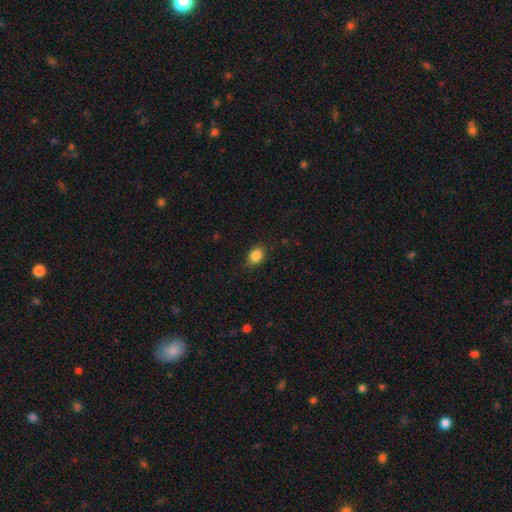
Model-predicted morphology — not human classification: This is clearly a smooth galaxy (86%). How rounded: possibly in between (54%). Merging: likely none (79%).